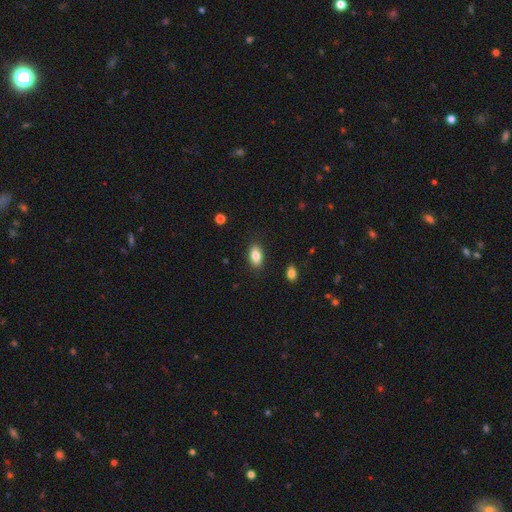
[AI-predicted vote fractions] Smooth or featured? smooth (85%)
How rounded? in between (90%)
Merging? none (87%)